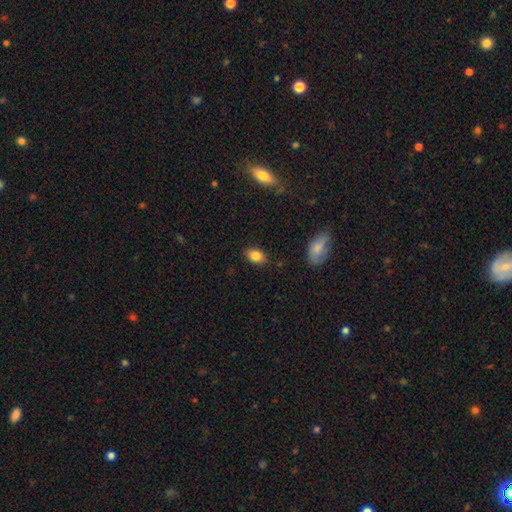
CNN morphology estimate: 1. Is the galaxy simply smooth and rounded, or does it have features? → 84% smooth, 9% star or artifact, 8% featured or disk.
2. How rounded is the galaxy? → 83% in between, 15% round, 2% cigar-shaped.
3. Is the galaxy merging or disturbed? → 85% none, 11% minor disturbance, 2% major disturbance, 1% merger.